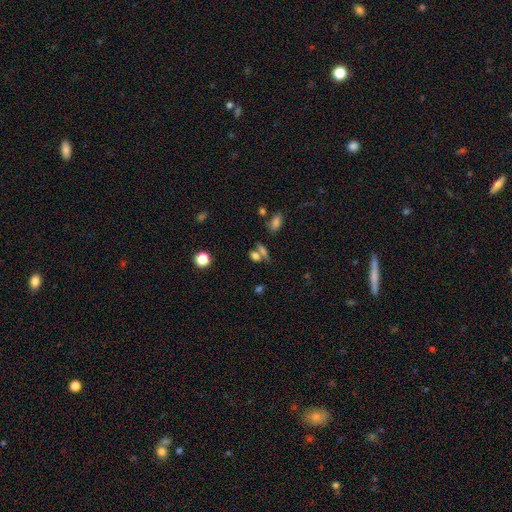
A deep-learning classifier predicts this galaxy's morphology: Overall: smooth (42%; star or artifact 37%). Merging: none (59%; merger 23%).